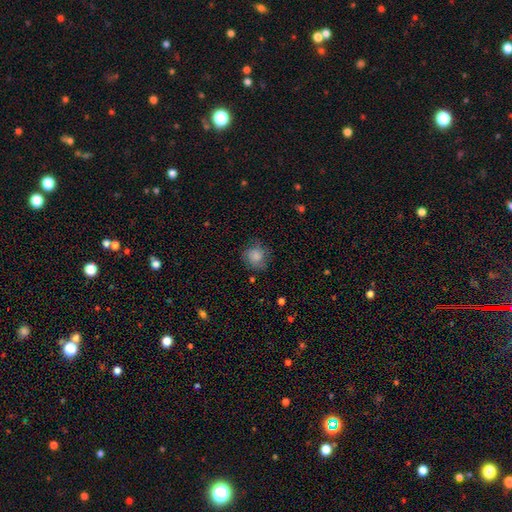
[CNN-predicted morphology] Q: Smooth or featured?
A: smooth (77%); runner-up: featured or disk (14%)
Q: How rounded?
A: round (82%); runner-up: in between (17%)
Q: Merging?
A: none (70%); runner-up: minor disturbance (20%)